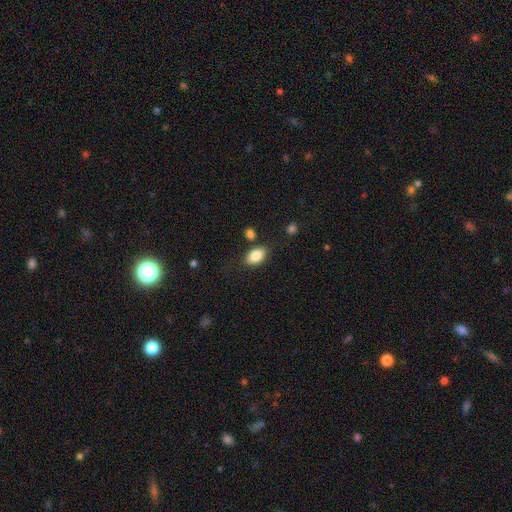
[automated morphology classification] Overall: smooth (84%). How rounded: in between (90%). Merging: none (77%).